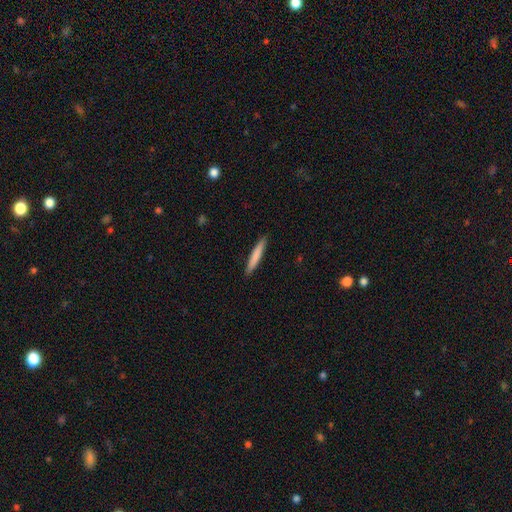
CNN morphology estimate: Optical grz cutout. It shows a smooth galaxy with no disk features (78%) that is cigar-shaped (94%). Merging: none (90%).